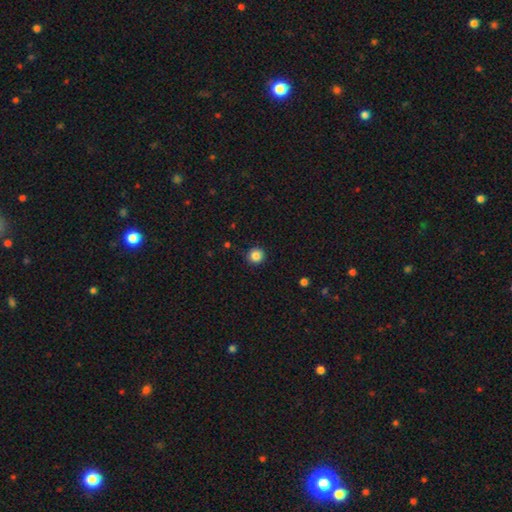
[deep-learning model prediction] Smooth or featured: smooth — 86% (star or artifact — 10%)
How rounded: round — 94% (in between — 5%)
Merging: none — 91% (minor disturbance — 6%)